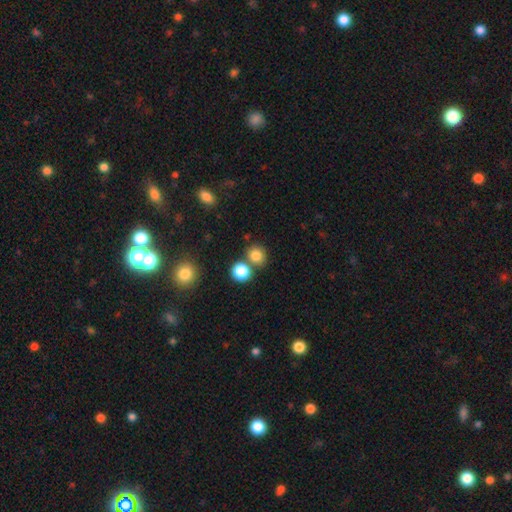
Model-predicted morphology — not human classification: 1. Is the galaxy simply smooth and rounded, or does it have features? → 81% smooth, 13% star or artifact, 6% featured or disk.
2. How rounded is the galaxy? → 79% round, 20% in between, 1% cigar-shaped.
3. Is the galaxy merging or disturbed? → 67% none, 22% merger, 8% minor disturbance, 3% major disturbance.